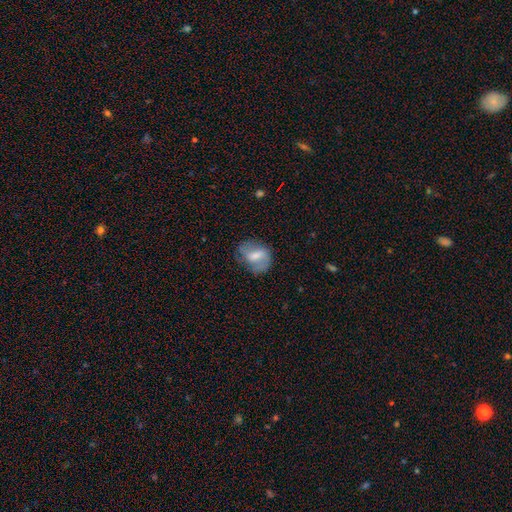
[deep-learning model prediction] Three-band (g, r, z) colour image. It shows a smooth galaxy with no disk features (51%) that is in between round and cigar-shaped (58%). Merging: none (56%).